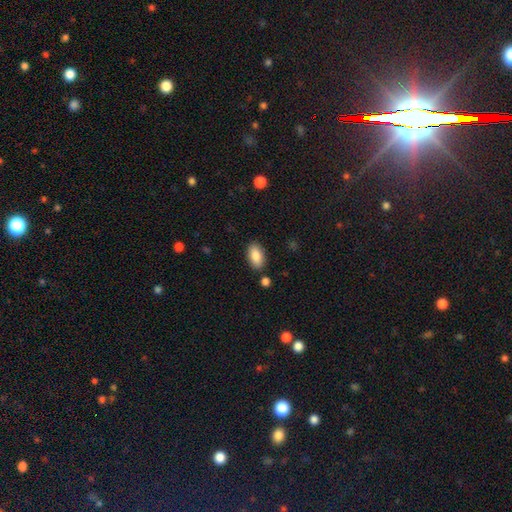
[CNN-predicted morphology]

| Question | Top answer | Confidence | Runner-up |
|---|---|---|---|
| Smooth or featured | smooth | 86% | featured or disk (7%) |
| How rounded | in between | 92% | cigar-shaped (4%) |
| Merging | none | 85% | minor disturbance (10%) |